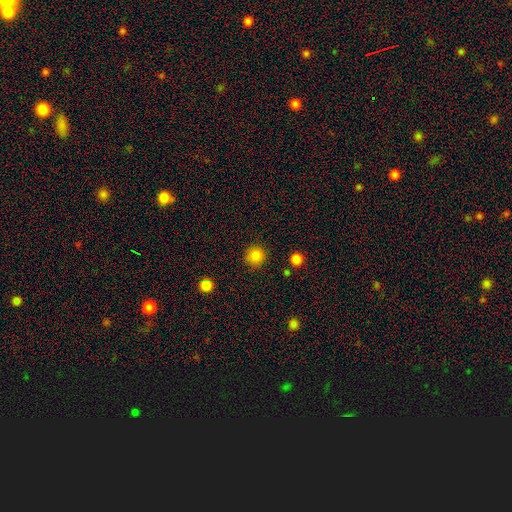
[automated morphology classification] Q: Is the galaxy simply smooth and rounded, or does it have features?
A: smooth — 85%.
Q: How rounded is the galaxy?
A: round — 94%.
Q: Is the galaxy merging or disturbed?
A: none — 91%.